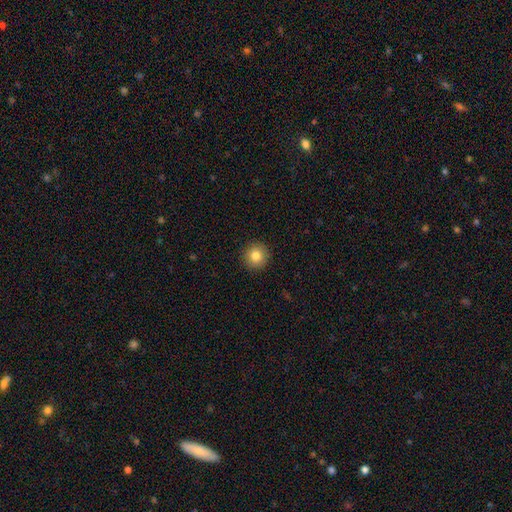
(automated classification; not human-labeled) This appears to be a smooth galaxy with no disk features (83%) that is round (94%). Merging: none (92%).